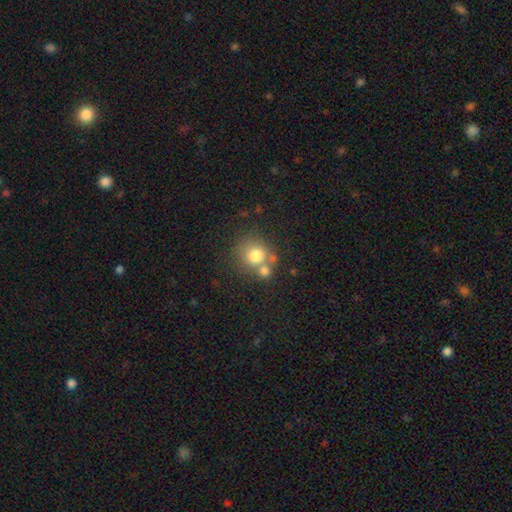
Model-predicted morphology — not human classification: A smooth galaxy with no disk features (76%) that is round (85%).

Vote fractions:
- Smooth or featured? smooth: 76% / featured or disk: 13% / star or artifact: 12%
- How rounded? round: 85% / in between: 14% / cigar-shaped: 1%
- Merging? none: 53% / merger: 31% / minor disturbance: 11% / major disturbance: 5%